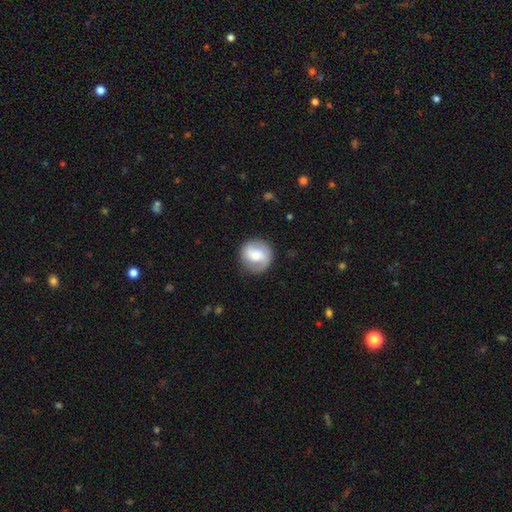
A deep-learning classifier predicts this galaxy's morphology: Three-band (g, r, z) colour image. It shows a smooth galaxy with no disk features (57%) that is round (90%). Merging: none (83%).